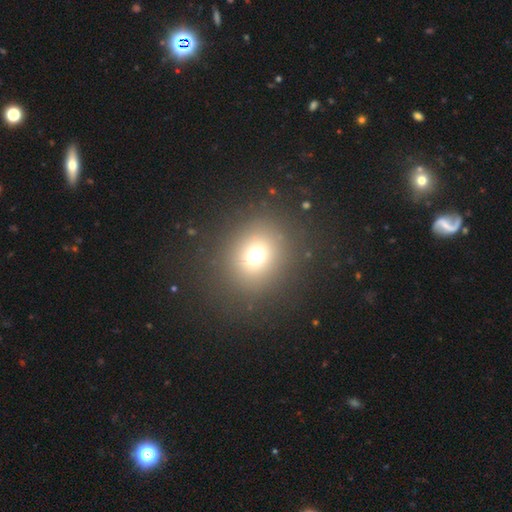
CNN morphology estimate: This is likely a smooth galaxy (67%). How rounded: clearly round (82%). Merging: clearly none (85%).